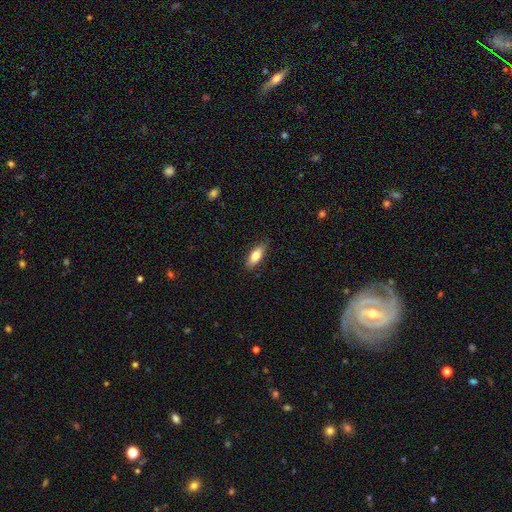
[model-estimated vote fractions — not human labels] This is likely a smooth galaxy (78%). How rounded: likely in between (73%). Merging: clearly none (85%).